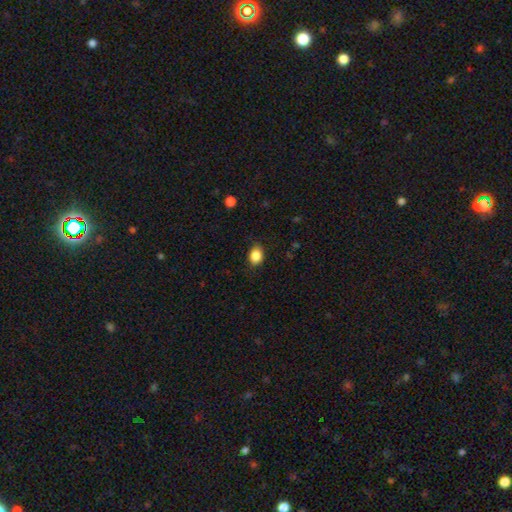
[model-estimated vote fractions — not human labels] Q: Smooth or featured?
A: smooth (87%); runner-up: star or artifact (9%)
Q: How rounded?
A: in between (61%); runner-up: round (38%)
Q: Merging?
A: none (83%); runner-up: minor disturbance (13%)